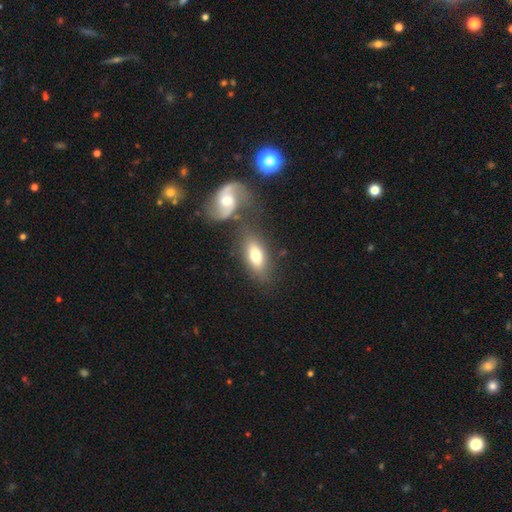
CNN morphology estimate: A smooth galaxy with no disk features (66%) that is in between round and cigar-shaped (83%). Merging: none (61%).